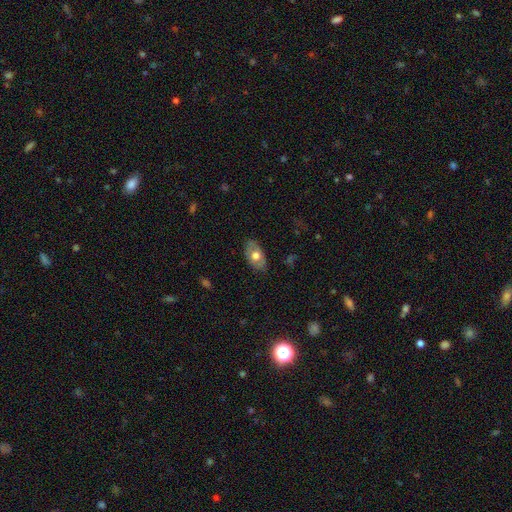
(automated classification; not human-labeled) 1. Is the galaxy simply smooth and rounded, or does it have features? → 59% smooth, 34% featured or disk, 6% star or artifact.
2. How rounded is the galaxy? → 91% in between, 8% round, 2% cigar-shaped.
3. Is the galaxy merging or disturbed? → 80% none, 16% minor disturbance, 3% major disturbance, 1% merger.